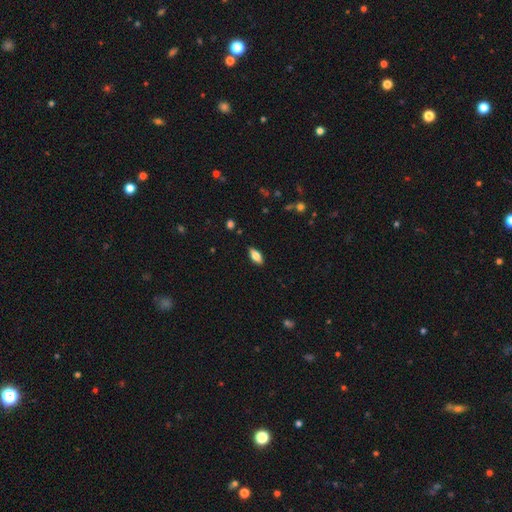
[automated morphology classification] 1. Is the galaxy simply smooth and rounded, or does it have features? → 70% smooth, 23% featured or disk, 8% star or artifact.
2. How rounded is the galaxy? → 82% in between, 15% cigar-shaped, 3% round.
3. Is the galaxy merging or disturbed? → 87% none, 10% minor disturbance, 2% major disturbance, 1% merger.